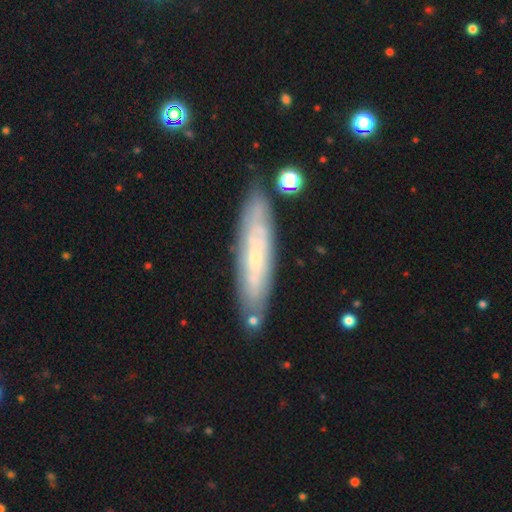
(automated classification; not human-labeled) This appears to be a featured or disk galaxy (62%). Merging: none (82%).